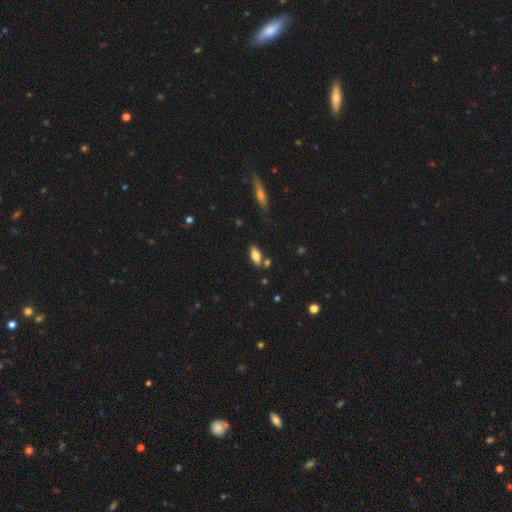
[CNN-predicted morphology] smooth 73%, featured or disk 19%, star or artifact 8%. Down the decision tree: how rounded — in between (83%); merging — none (73%).